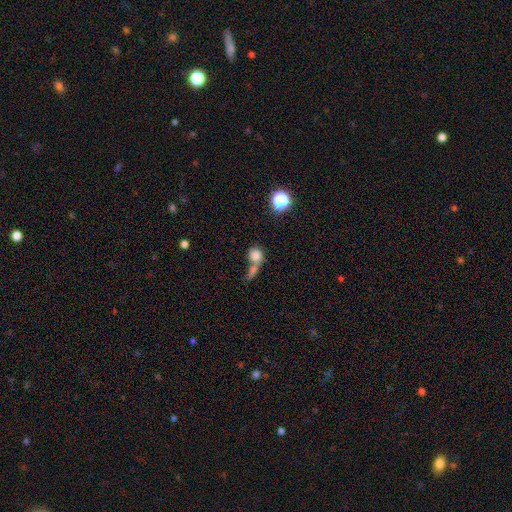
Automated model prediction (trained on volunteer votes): This is likely a smooth galaxy (78%). How rounded: likely round (79%). Merging: possibly merger (51%).